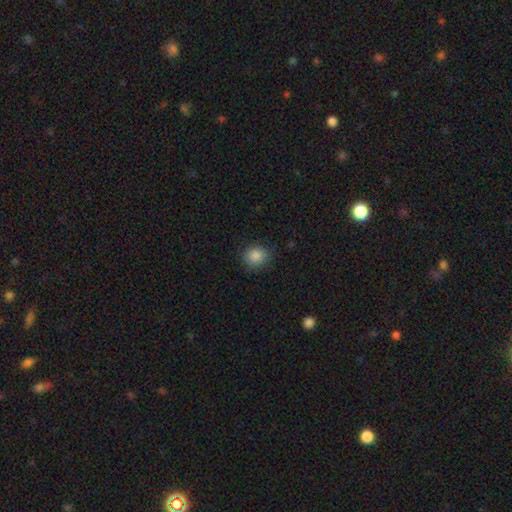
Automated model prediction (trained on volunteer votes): This appears to be a smooth galaxy with no disk features (86%) that is round (82%). Merging: none (83%).